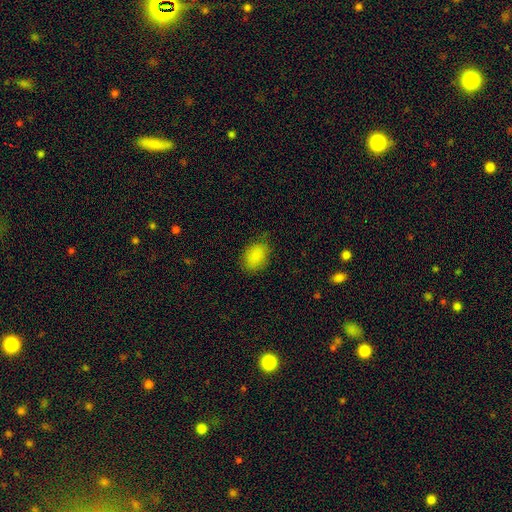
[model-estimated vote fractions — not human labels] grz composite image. It shows a smooth galaxy with no disk features (87%) that is in between round and cigar-shaped (72%). Merging: none (80%).